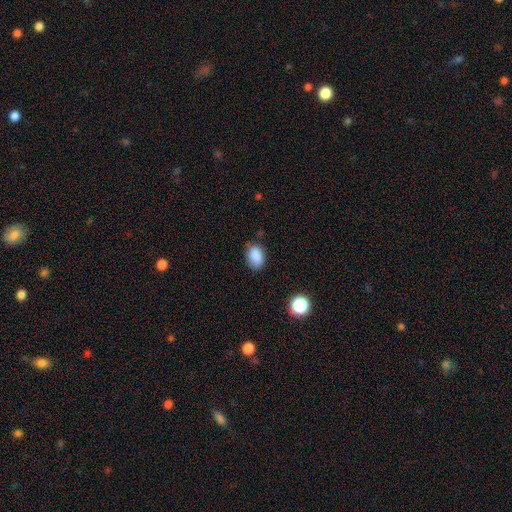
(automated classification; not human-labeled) Smooth or featured? Predicted: smooth (p=0.87). How rounded? Predicted: in between (p=0.80). Merging? Predicted: none (p=0.74).